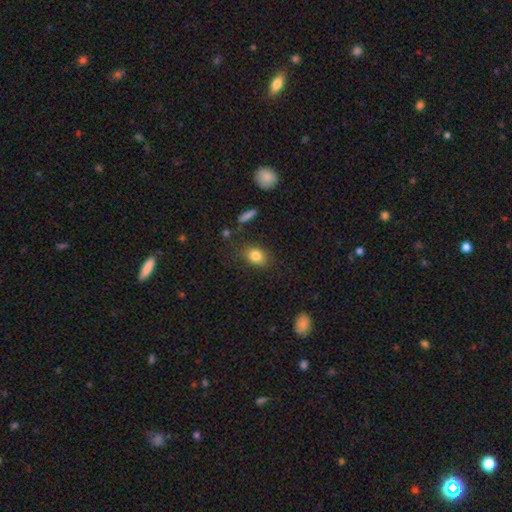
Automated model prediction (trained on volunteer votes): This is clearly a smooth galaxy (82%). How rounded: likely in between (66%). Merging: likely none (80%).